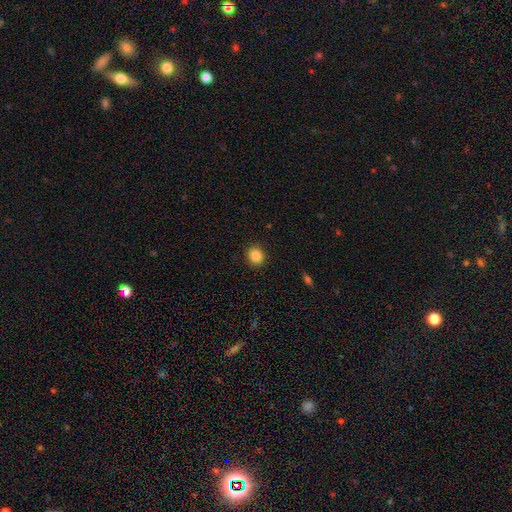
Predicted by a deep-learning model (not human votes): Smooth or featured?
  - smooth: 86% *
  - star or artifact: 10%
  - featured or disk: 4%
How rounded?
  - round: 83% *
  - in between: 16%
  - cigar-shaped: 1%
Merging?
  - none: 91% *
  - minor disturbance: 6%
  - major disturbance: 2%
  - merger: 1%